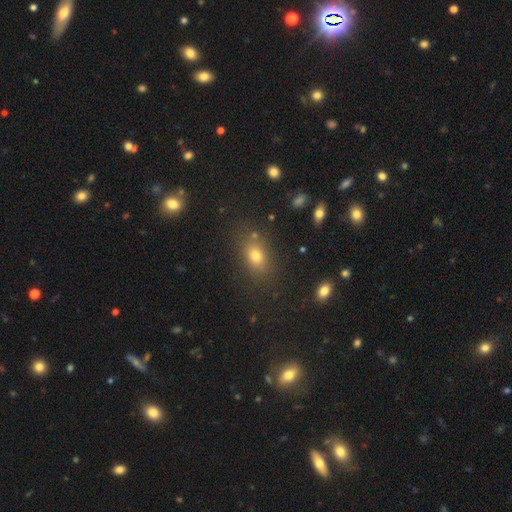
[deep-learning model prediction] Smooth or featured? smooth (74%)
How rounded? in between (73%)
Merging? none (79%)